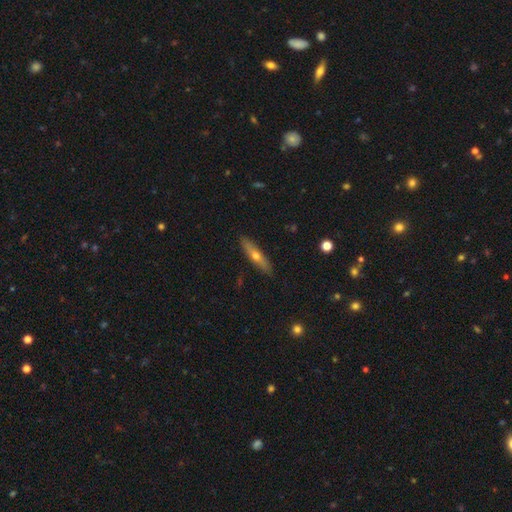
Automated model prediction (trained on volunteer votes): Morphology: type=featured or disk (50%); merging=none (88%).